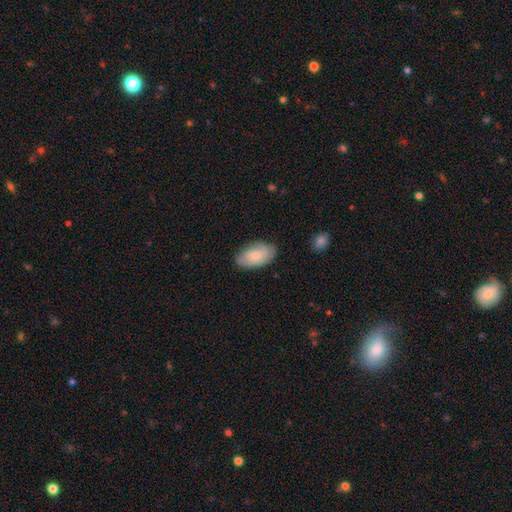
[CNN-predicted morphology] This is likely a smooth galaxy (73%). How rounded: clearly in between (94%). Merging: clearly none (80%).